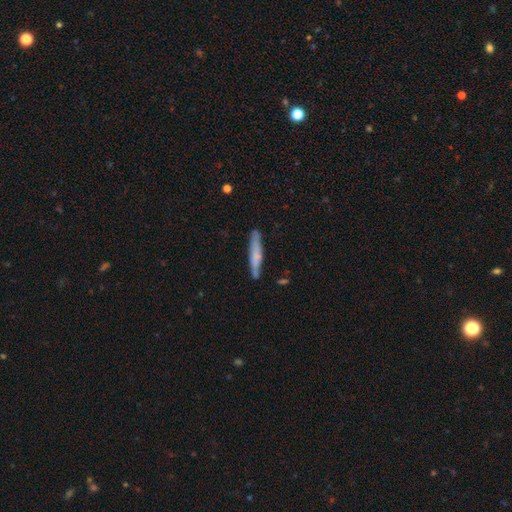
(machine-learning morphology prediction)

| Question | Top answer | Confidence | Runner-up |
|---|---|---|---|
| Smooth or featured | smooth | 60% | featured or disk (34%) |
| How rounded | cigar-shaped | 93% | in between (6%) |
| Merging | none | 81% | minor disturbance (14%) |